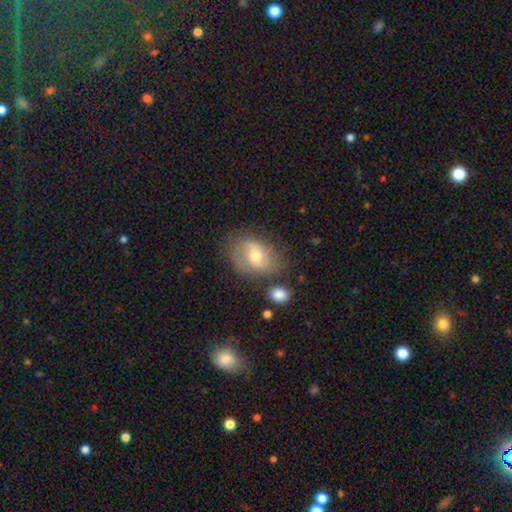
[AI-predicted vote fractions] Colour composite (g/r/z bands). It shows a featured or disk galaxy (56%) with no bar (45%), spiral arms (76%) and a moderate central bulge (57%). Merging: none (64%).